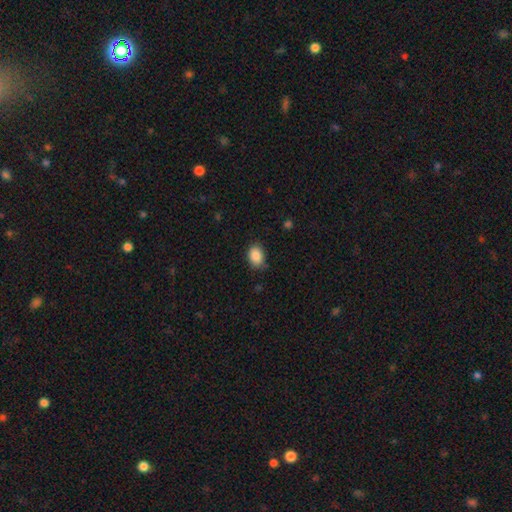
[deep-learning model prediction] Overall: smooth (87%). How rounded: in between (72%). Merging: none (75%).